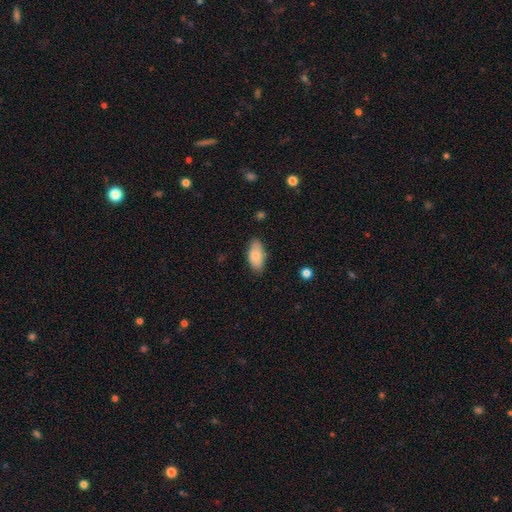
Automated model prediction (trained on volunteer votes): Smooth or featured? Predicted: smooth (p=0.82). How rounded? Predicted: in between (p=0.91). Merging? Predicted: none (p=0.80).